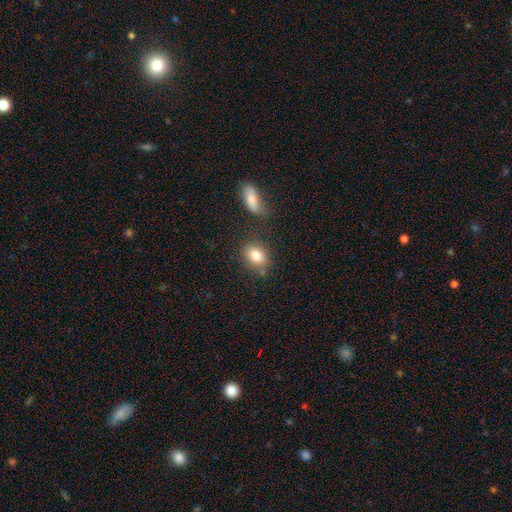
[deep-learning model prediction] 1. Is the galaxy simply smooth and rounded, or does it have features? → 83% smooth, 9% featured or disk, 8% star or artifact.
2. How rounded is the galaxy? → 73% in between, 25% round, 2% cigar-shaped.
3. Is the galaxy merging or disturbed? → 69% none, 15% minor disturbance, 12% merger, 4% major disturbance.